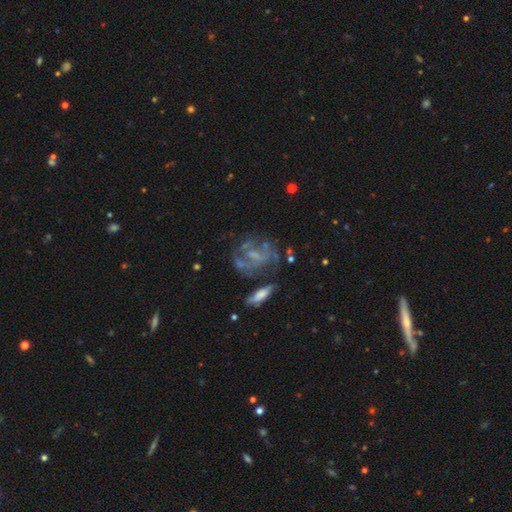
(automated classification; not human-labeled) A featured or disk galaxy (66%) with no bar (60%), no spiral arms (52%) and no central bulge (48%). Merging: none (49%).